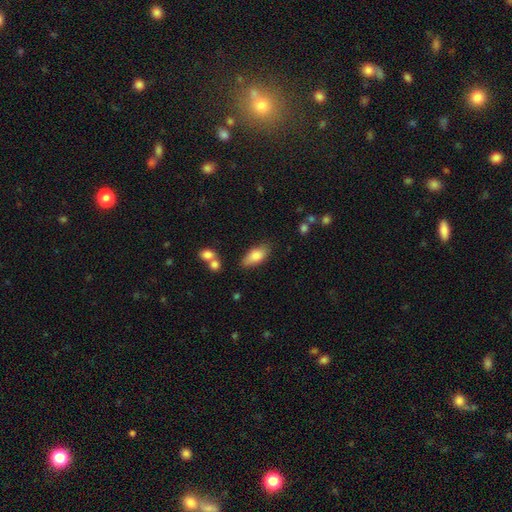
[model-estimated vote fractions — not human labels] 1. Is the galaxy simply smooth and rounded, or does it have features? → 81% smooth, 11% featured or disk, 7% star or artifact.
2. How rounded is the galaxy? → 86% in between, 11% cigar-shaped, 3% round.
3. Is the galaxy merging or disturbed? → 74% none, 17% minor disturbance, 5% merger, 4% major disturbance.